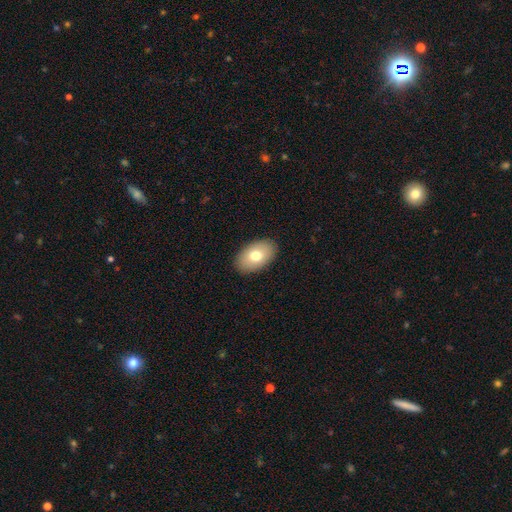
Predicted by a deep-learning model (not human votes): Smooth or featured: smooth — 74% (featured or disk — 19%)
How rounded: in between — 93% (round — 6%)
Merging: none — 90% (minor disturbance — 8%)